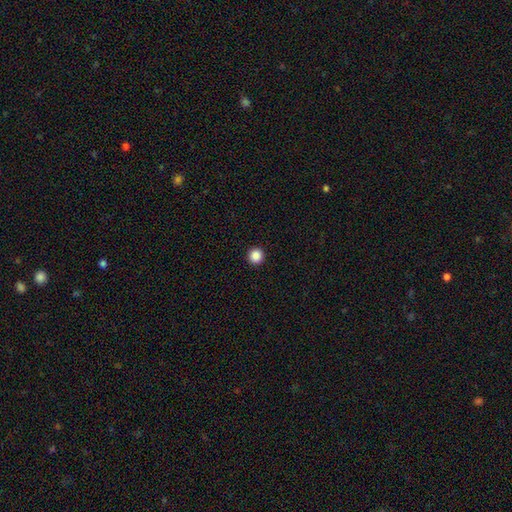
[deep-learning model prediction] Smooth or featured: smooth — 87% (star or artifact — 10%)
How rounded: round — 96% (in between — 3%)
Merging: none — 94% (minor disturbance — 3%)